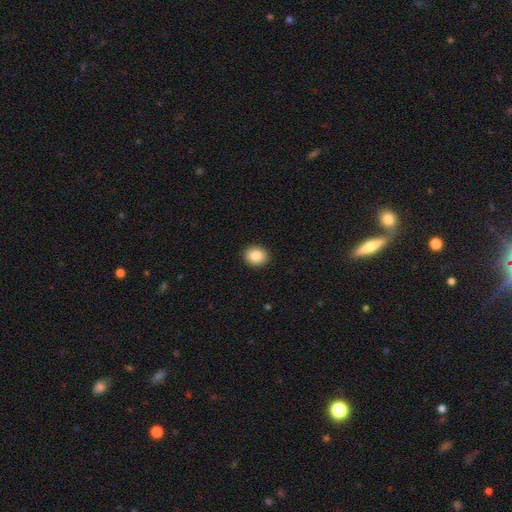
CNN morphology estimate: Smooth or featured?
  - smooth: 87% *
  - star or artifact: 8%
  - featured or disk: 5%
How rounded?
  - round: 63% *
  - in between: 36%
  - cigar-shaped: 1%
Merging?
  - none: 91% *
  - minor disturbance: 6%
  - major disturbance: 2%
  - merger: 1%